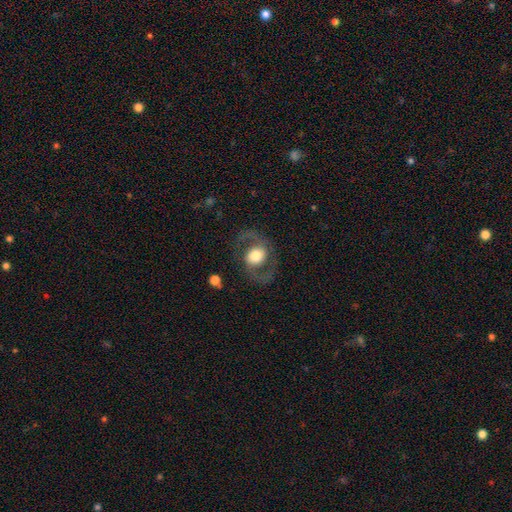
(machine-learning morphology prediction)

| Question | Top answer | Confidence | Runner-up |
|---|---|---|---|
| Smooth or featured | featured or disk | 76% | smooth (18%) |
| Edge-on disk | no | 97% | yes (3%) |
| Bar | no | 58% | weak (31%) |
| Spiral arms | yes | 83% | no (17%) |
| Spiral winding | medium | 55% | loose (31%) |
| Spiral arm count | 2 | 92% | can't tell (3%) |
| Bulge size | moderate | 49% | large (39%) |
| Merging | none | 78% | minor disturbance (11%) |